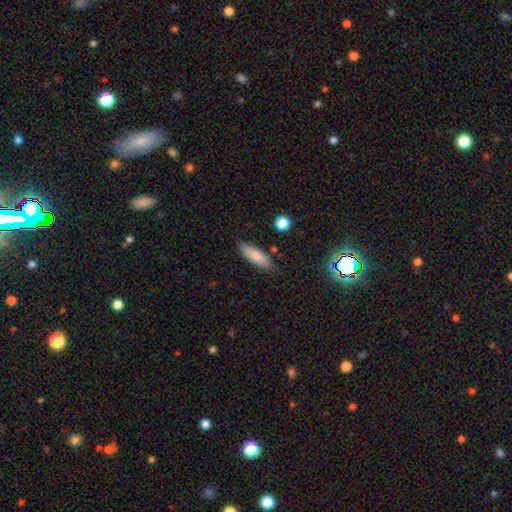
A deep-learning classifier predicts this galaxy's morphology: smooth 83%, featured or disk 10%, star or artifact 7%. Down the decision tree: how rounded — cigar-shaped (52%); merging — none (81%).